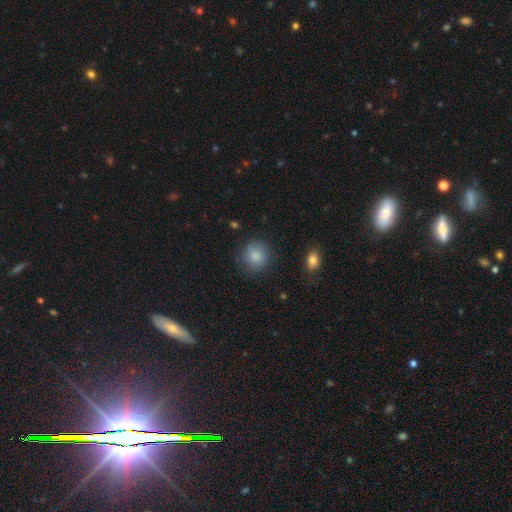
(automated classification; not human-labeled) Smooth or featured? smooth (86%)
How rounded? round (87%)
Merging? none (83%)